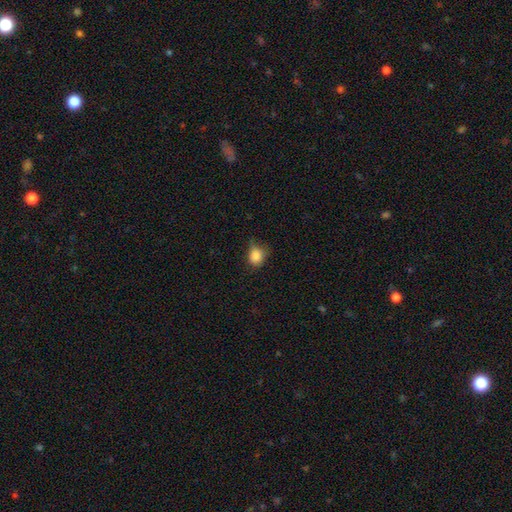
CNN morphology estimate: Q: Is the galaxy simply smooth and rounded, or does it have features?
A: smooth — 86%.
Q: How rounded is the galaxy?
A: round — 58%.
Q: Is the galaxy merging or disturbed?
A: none — 61%.